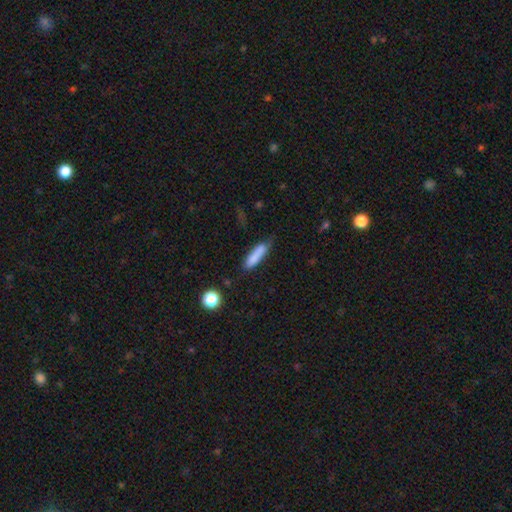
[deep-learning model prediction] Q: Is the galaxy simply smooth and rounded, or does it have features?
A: smooth — 82%.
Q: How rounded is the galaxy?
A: cigar-shaped — 68%.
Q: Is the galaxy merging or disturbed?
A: none — 66%.